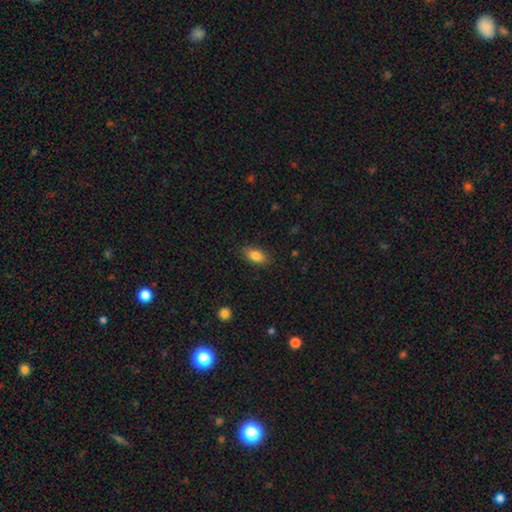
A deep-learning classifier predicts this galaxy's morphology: smooth_or_featured: smooth (p=0.84) [alt: featured or disk p=0.09]
how_rounded: in between (p=0.88) [alt: cigar-shaped p=0.06]
merging: none (p=0.86) [alt: minor disturbance p=0.11]